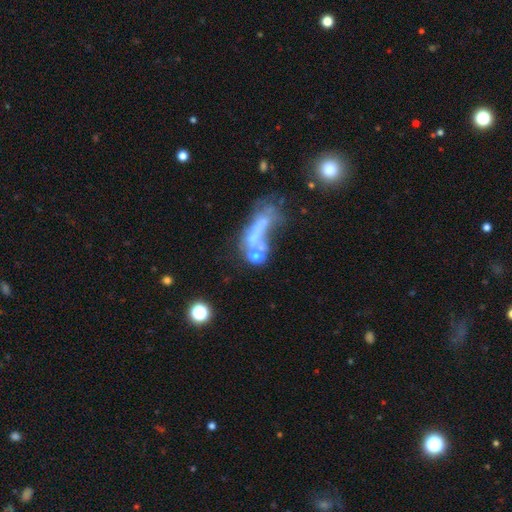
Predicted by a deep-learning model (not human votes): A smooth galaxy with no disk features (42%).

Vote fractions:
- Smooth or featured? smooth: 42% / featured or disk: 39% / star or artifact: 19%
- Merging? merger: 44% / major disturbance: 28% / none: 19% / minor disturbance: 10%